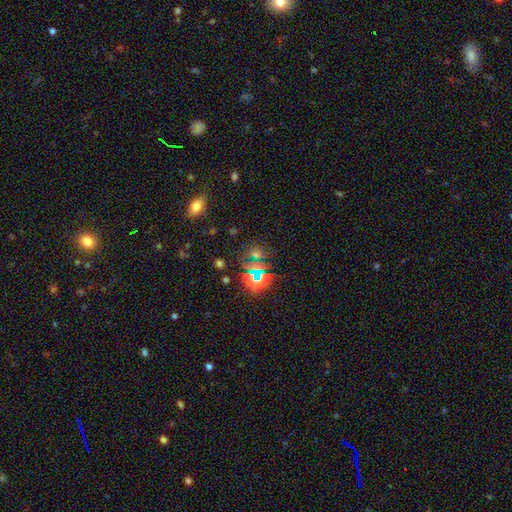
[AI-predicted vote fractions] A star or artifact, not a galaxy (67%).